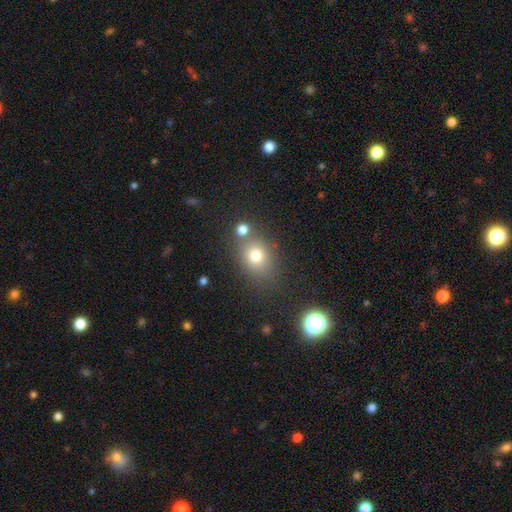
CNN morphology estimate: Smooth or featured: smooth — 74% (star or artifact — 15%)
How rounded: round — 53% (in between — 46%)
Merging: none — 69% (merger — 13%)